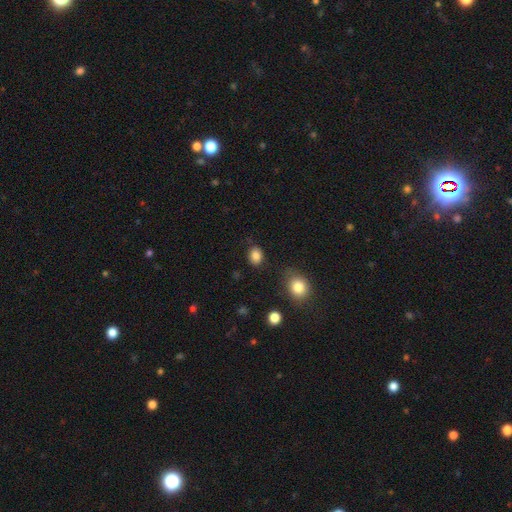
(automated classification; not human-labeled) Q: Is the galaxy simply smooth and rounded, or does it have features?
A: smooth — 85%.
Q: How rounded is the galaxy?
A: in between — 57%.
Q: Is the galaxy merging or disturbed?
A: none — 81%.